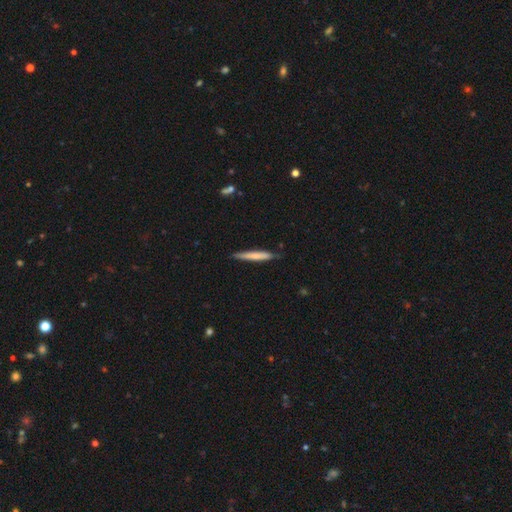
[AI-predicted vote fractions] Smooth or featured: smooth — 67% (featured or disk — 28%)
How rounded: cigar-shaped — 94% (in between — 4%)
Merging: none — 81% (minor disturbance — 15%)